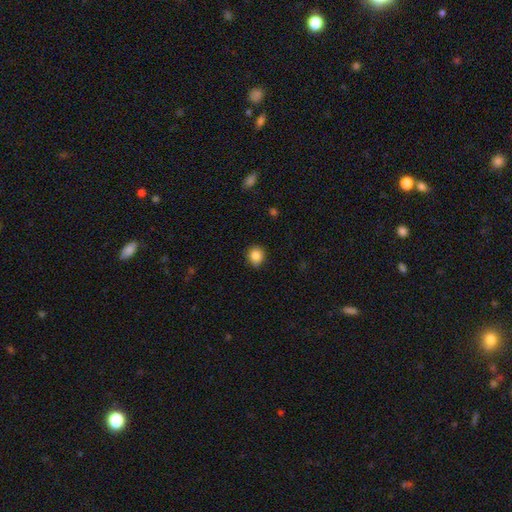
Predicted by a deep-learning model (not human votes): Smooth or featured? Predicted: smooth (p=0.85). How rounded? Predicted: round (p=0.86). Merging? Predicted: none (p=0.84).